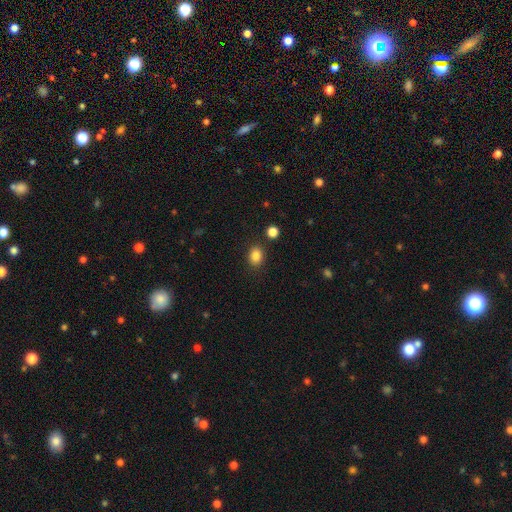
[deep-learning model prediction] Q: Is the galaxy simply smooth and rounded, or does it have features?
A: smooth — 85%.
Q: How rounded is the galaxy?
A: in between — 57%.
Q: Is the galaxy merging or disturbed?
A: none — 85%.